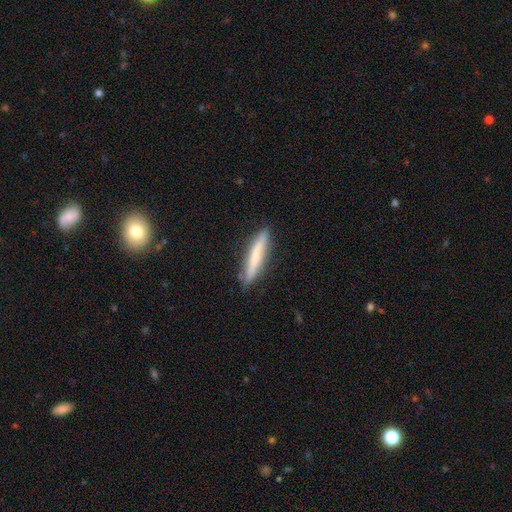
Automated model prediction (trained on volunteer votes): This is likely a smooth galaxy (65%). How rounded: clearly cigar-shaped (92%). Merging: clearly none (86%).